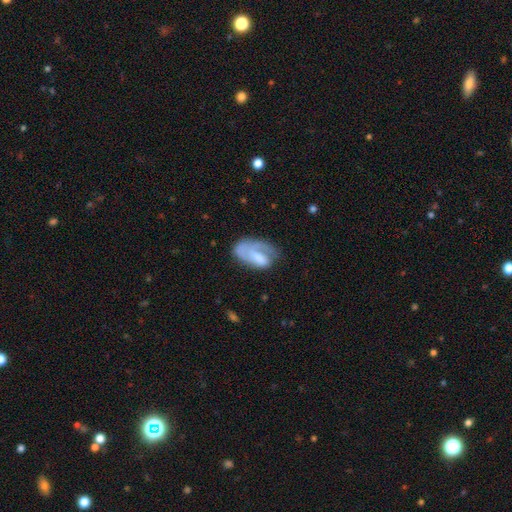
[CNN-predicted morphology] A featured or disk galaxy (55%) with no bar (49%), spiral arms (74%) and no central bulge (37%). Merging: none (45%).